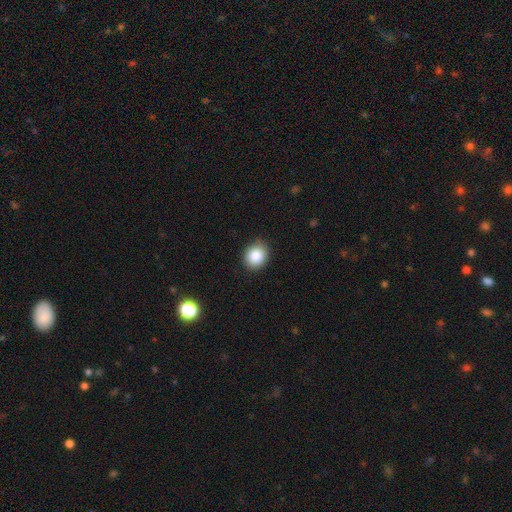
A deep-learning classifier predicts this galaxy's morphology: A smooth galaxy with no disk features (85%) that is round (68%). Merging: none (87%).